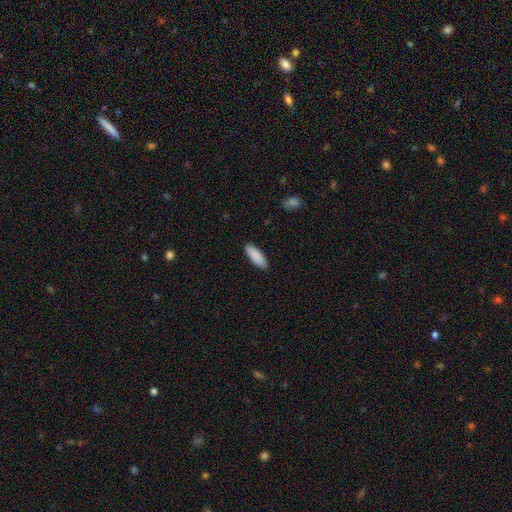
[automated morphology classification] The model was most divided on "how rounded": in between: 65%, cigar-shaped: 33%, round: 2%. More confident: smooth or featured — smooth (90%); merging — none (89%).